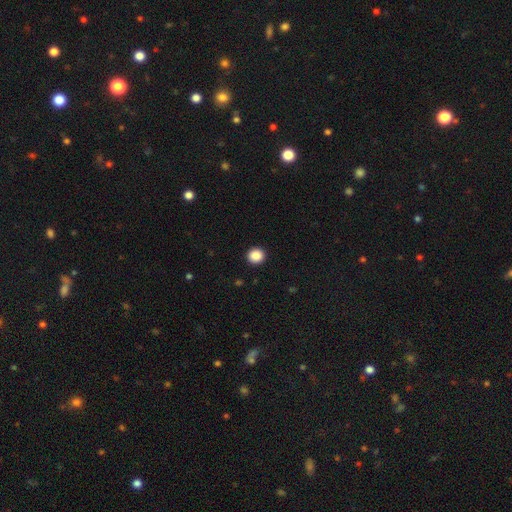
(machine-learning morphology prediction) Smooth or featured: smooth — 88% (star or artifact — 9%)
How rounded: round — 90% (in between — 9%)
Merging: none — 93% (minor disturbance — 5%)